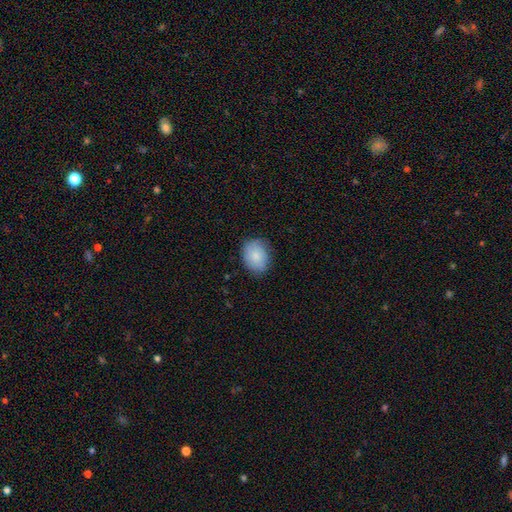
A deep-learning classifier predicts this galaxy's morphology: Overall: smooth (83%). How rounded: in between (59%; round 40%). Merging: none (77%).